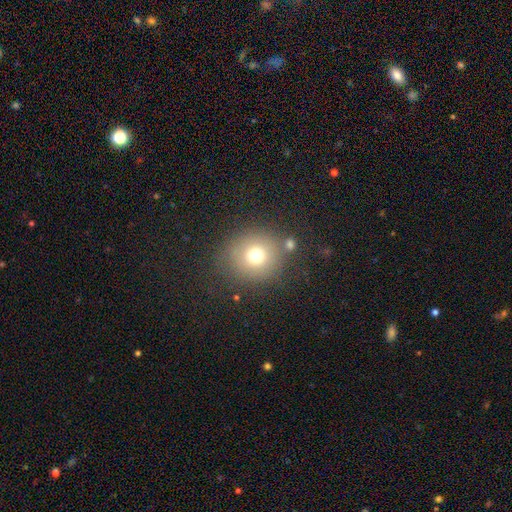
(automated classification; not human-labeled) Overall: smooth (72%). How rounded: round (88%). Merging: none (77%).